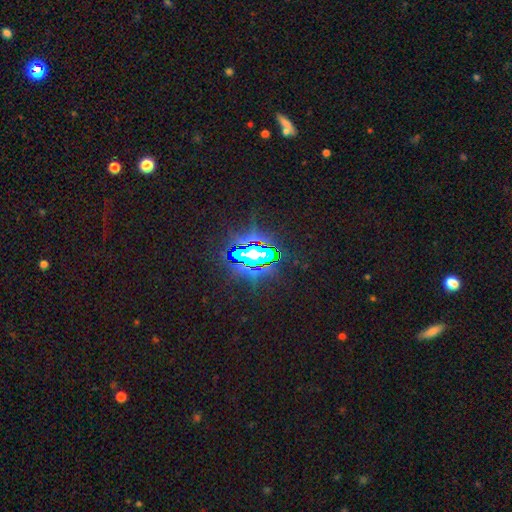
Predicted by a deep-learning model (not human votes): Smooth or featured?
  - star or artifact: 83% *
  - smooth: 9%
  - featured or disk: 7%